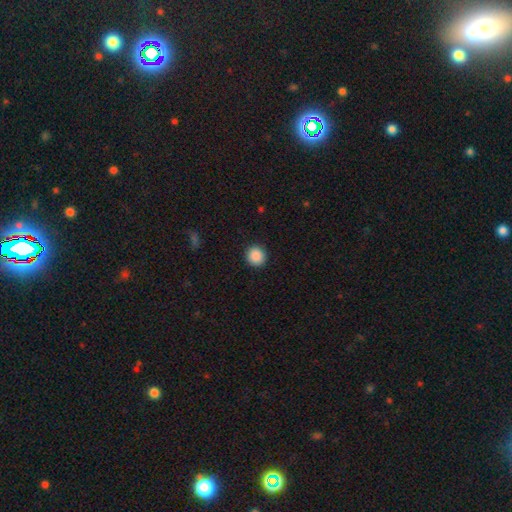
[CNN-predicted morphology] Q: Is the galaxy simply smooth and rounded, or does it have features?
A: smooth — 89%.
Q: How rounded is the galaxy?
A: round — 93%.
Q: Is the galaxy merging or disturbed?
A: none — 92%.